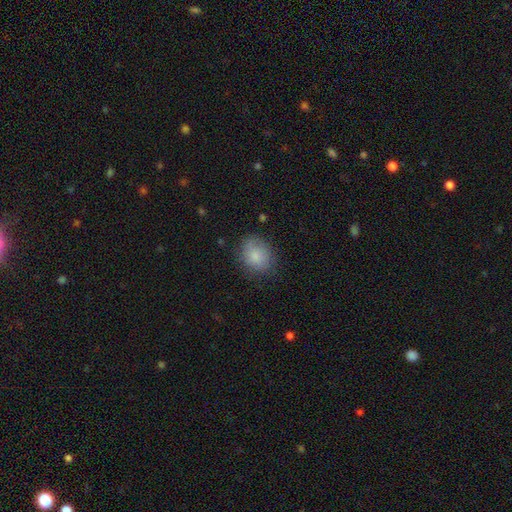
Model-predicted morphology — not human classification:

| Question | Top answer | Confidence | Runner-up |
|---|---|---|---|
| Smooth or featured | smooth | 84% | featured or disk (8%) |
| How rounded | round | 58% | in between (41%) |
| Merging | none | 75% | minor disturbance (18%) |